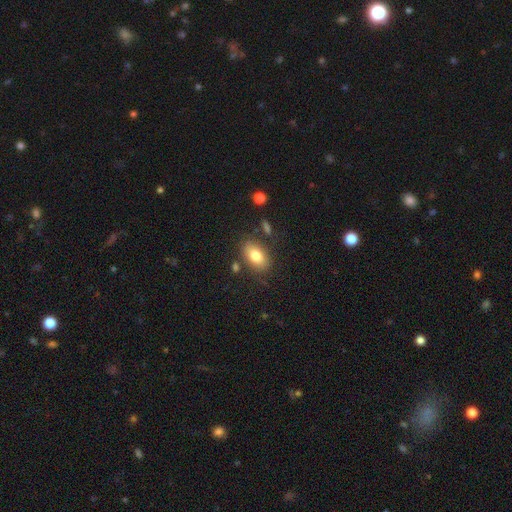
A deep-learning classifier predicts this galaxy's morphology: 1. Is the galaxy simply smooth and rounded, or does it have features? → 79% smooth, 13% featured or disk, 8% star or artifact.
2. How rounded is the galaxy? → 88% in between, 10% round, 2% cigar-shaped.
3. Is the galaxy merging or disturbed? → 78% none, 13% minor disturbance, 5% merger, 4% major disturbance.